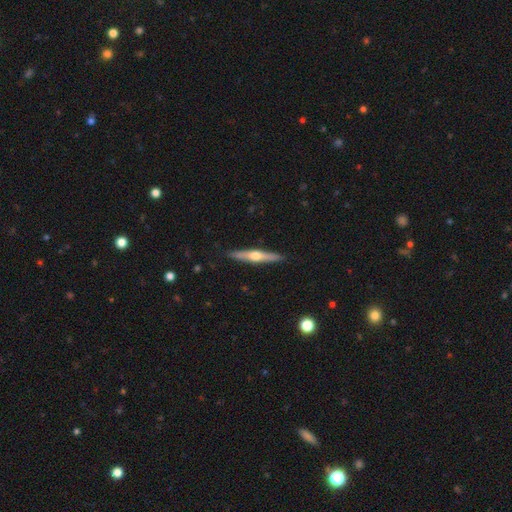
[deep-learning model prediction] smooth_or_featured: featured or disk (p=0.60) [alt: smooth p=0.35]
disk_edge_on: yes (p=0.96) [alt: no p=0.04]
edge_on_bulge: rounded (p=0.91) [alt: none p=0.06]
merging: none (p=0.90) [alt: minor disturbance p=0.07]